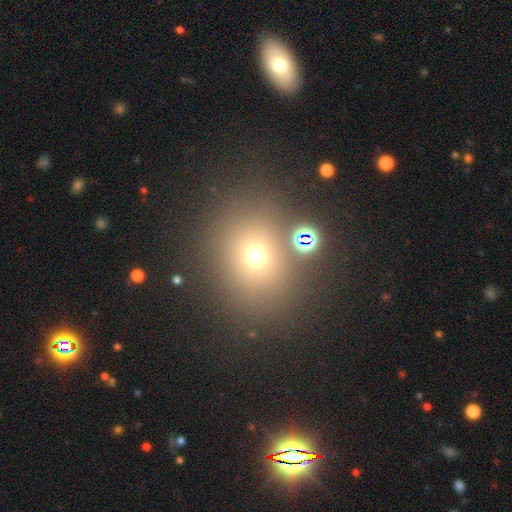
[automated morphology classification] A smooth galaxy with no disk features (66%) that is round (61%).

Vote fractions:
- Smooth or featured? smooth: 66% / star or artifact: 23% / featured or disk: 12%
- How rounded? round: 61% / in between: 38% / cigar-shaped: 1%
- Merging? none: 76% / minor disturbance: 10% / merger: 9% / major disturbance: 6%